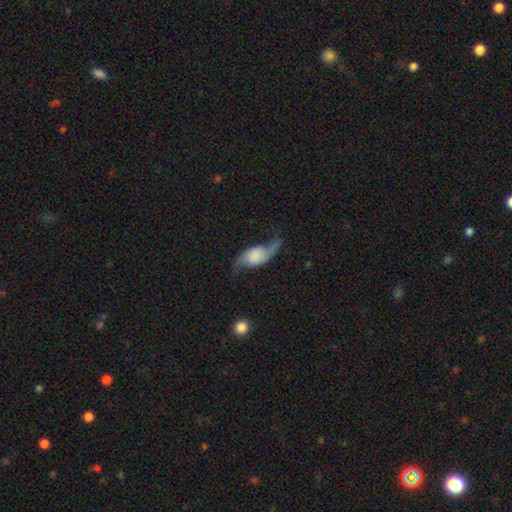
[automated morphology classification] Smooth or featured? featured or disk (70%)
Edge-on disk? no (92%)
Bar? no (62%)
Spiral arms? yes (93%)
Spiral winding? loose (86%)
Spiral arm count? 2 (92%)
Bulge size? none (40%)
Merging? none (58%)